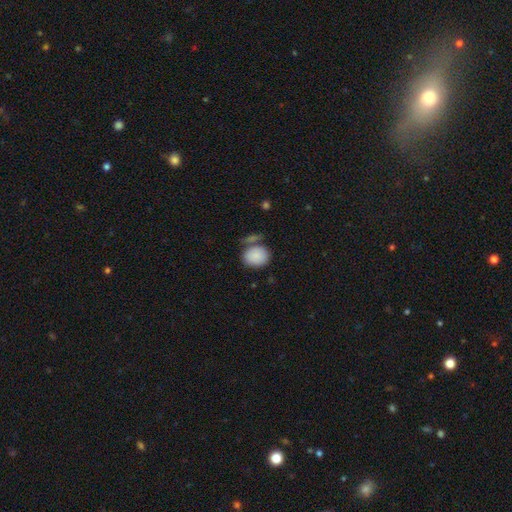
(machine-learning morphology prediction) Smooth or featured? smooth (87%)
How rounded? round (54%)
Merging? none (60%)